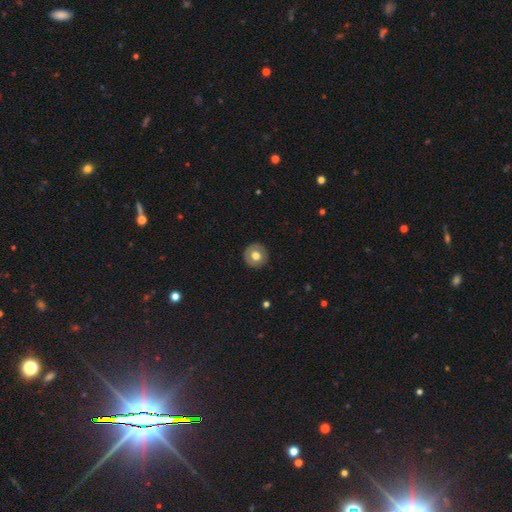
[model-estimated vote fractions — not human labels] Smooth or featured: smooth — 66% (featured or disk — 26%)
How rounded: round — 95% (in between — 4%)
Merging: none — 91% (minor disturbance — 6%)